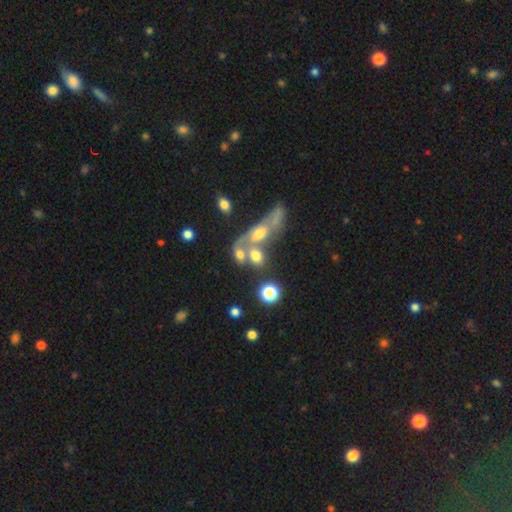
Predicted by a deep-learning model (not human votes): smooth_or_featured: smooth (p=0.58) [alt: featured or disk p=0.28]
how_rounded: in between (p=0.53) [alt: round p=0.41]
merging: merger (p=0.58) [alt: none p=0.24]